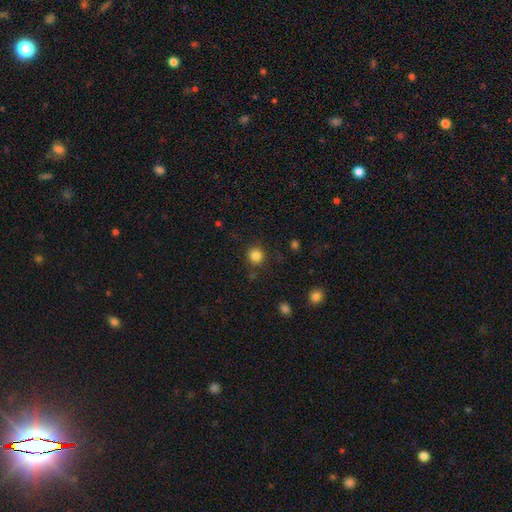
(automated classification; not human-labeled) A smooth galaxy with no disk features (84%) that is round (92%). Merging: none (84%).